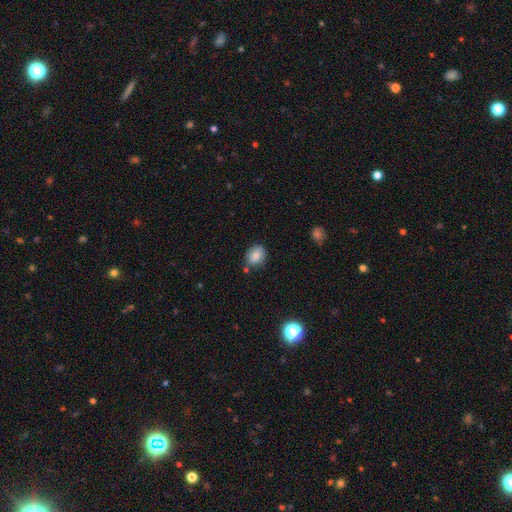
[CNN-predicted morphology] smooth_or_featured: smooth (p=0.82) [alt: star or artifact p=0.09]
how_rounded: round (p=0.50) [alt: in between p=0.49]
merging: none (p=0.73) [alt: minor disturbance p=0.18]